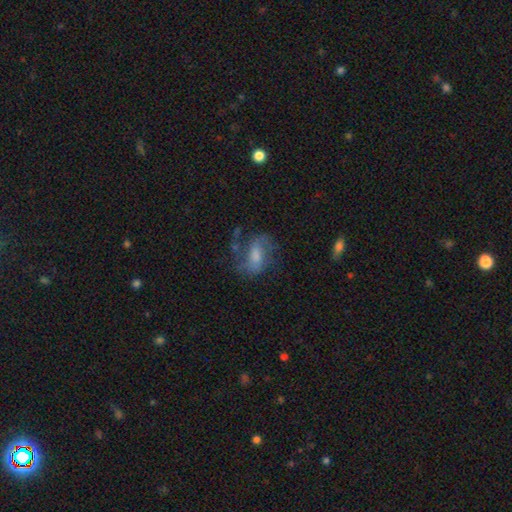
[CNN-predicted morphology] featured or disk 59%, smooth 31%, star or artifact 10%. Down the decision tree: edge-on disk — no (95%); bar — weak (46%); spiral arms — yes (82%); bulge size — moderate (41%); merging — none (54%).